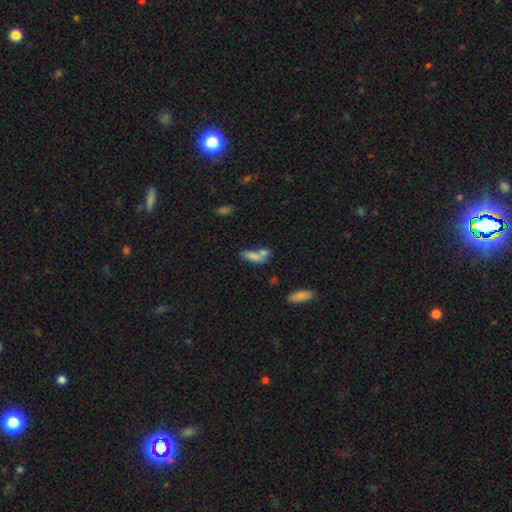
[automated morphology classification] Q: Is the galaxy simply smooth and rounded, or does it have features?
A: smooth — 74%.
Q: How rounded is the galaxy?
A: in between — 62%.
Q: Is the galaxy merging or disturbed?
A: merger — 48%.